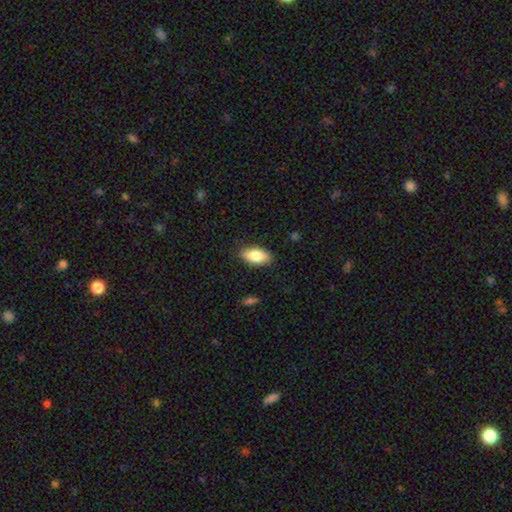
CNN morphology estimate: Smooth or featured? Predicted: smooth (p=0.83). How rounded? Predicted: in between (p=0.90). Merging? Predicted: none (p=0.87).